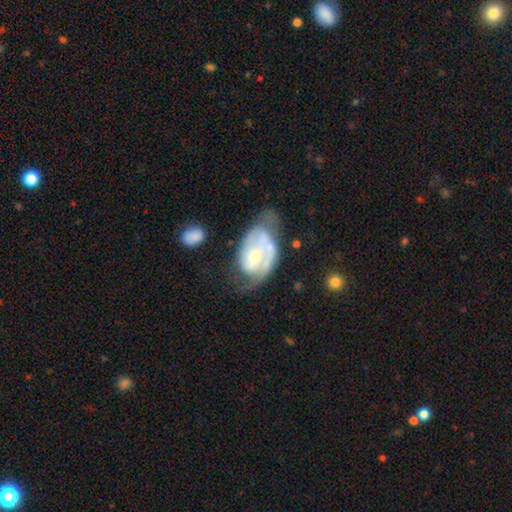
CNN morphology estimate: Q: Smooth or featured?
A: featured or disk (77%); runner-up: smooth (18%)
Q: Edge-on disk?
A: no (96%); runner-up: yes (4%)
Q: Bar?
A: no (64%); runner-up: weak (28%)
Q: Spiral arms?
A: yes (80%); runner-up: no (20%)
Q: Spiral winding?
A: tight (48%); runner-up: medium (37%)
Q: Spiral arm count?
A: 2 (46%); runner-up: 1 (25%)
Q: Bulge size?
A: small (48%); runner-up: moderate (45%)
Q: Merging?
A: none (38%); runner-up: minor disturbance (27%)